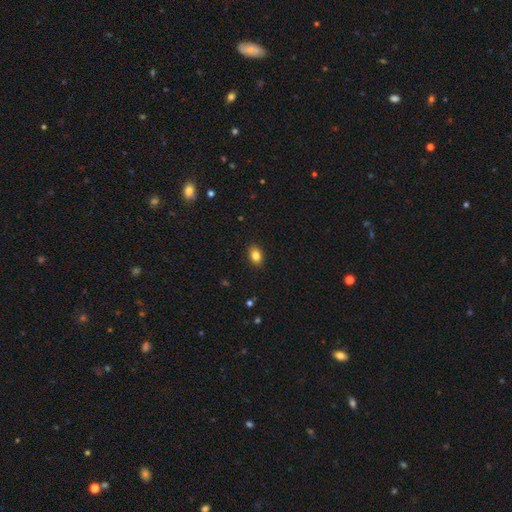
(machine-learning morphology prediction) Smooth or featured? smooth (84%)
How rounded? in between (81%)
Merging? none (90%)